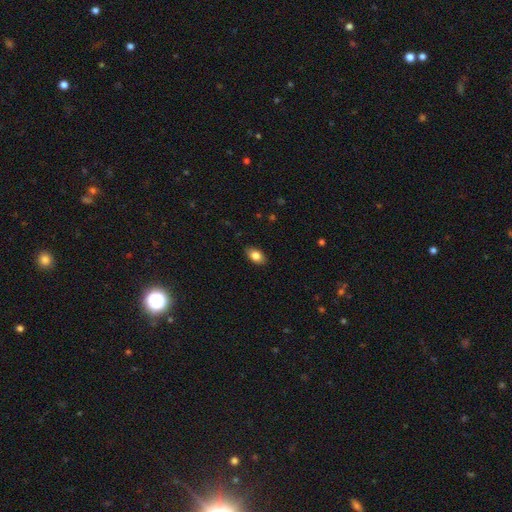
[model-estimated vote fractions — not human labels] Q: Smooth or featured?
A: smooth (83%); runner-up: featured or disk (9%)
Q: How rounded?
A: in between (89%); runner-up: round (9%)
Q: Merging?
A: none (87%); runner-up: minor disturbance (10%)